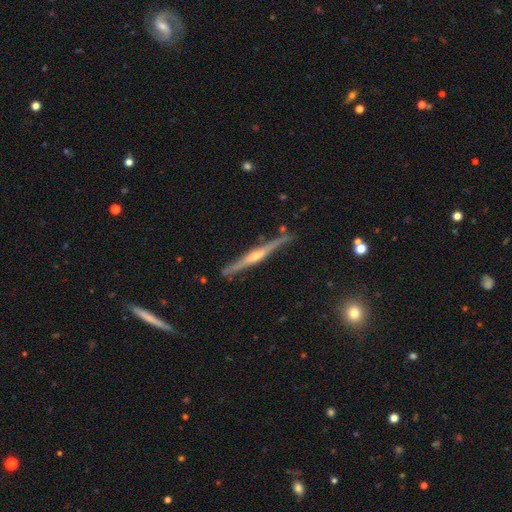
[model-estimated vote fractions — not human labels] Morphology: type=featured or disk (78%); edge-on=yes (97%); edge-on bulge=rounded (81%); merging=none (83%).